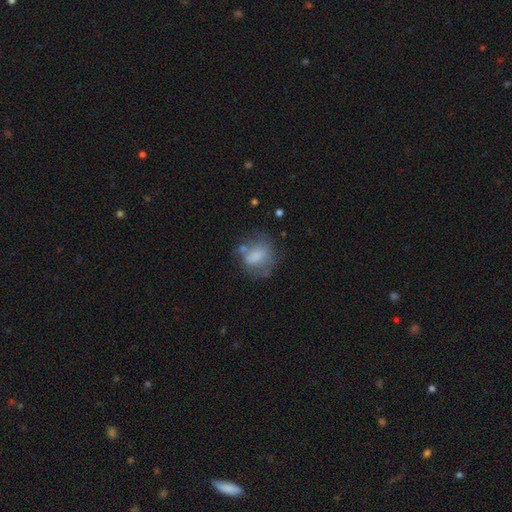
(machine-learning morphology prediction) type=smooth (64%); roundness=in between (55%); merging=none (41%).